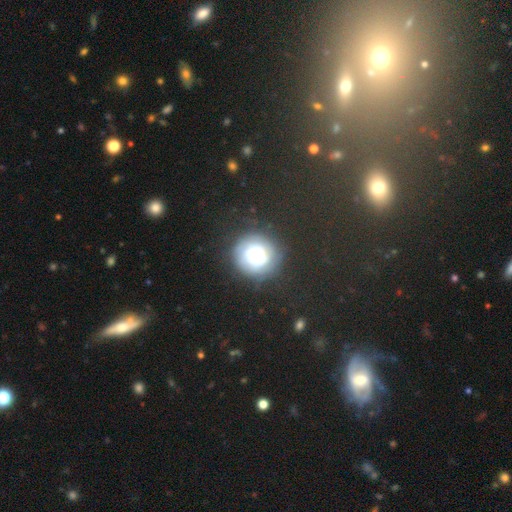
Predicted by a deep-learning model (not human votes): This appears to be a smooth galaxy with no disk features (50%). Merging: none (71%).